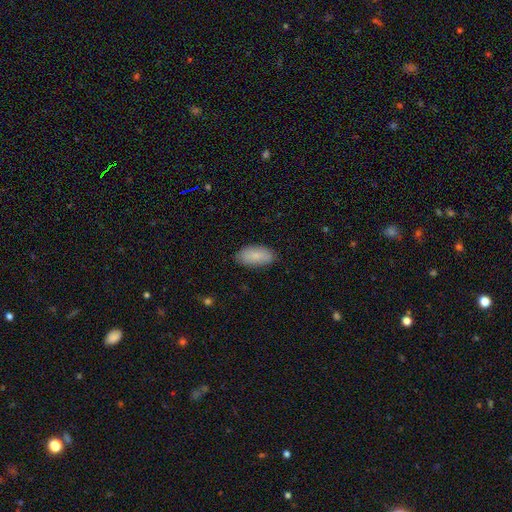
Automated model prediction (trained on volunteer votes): Overall: smooth (86%). How rounded: in between (92%). Merging: none (84%).